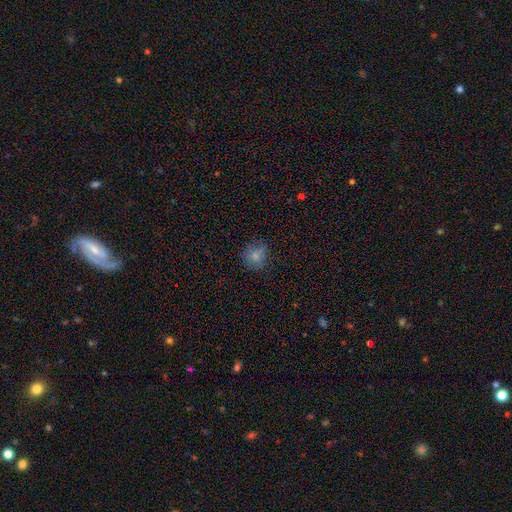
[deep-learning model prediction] A smooth galaxy with no disk features (76%) that is round (81%). Merging: none (74%).